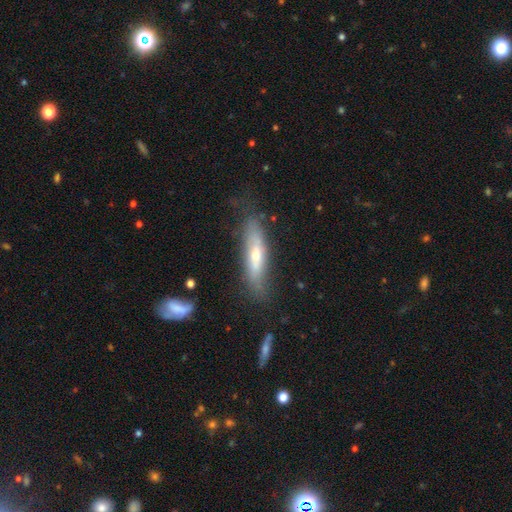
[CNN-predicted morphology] Q: Smooth or featured?
A: smooth (49%); runner-up: featured or disk (44%)
Q: Merging?
A: none (70%); runner-up: minor disturbance (20%)